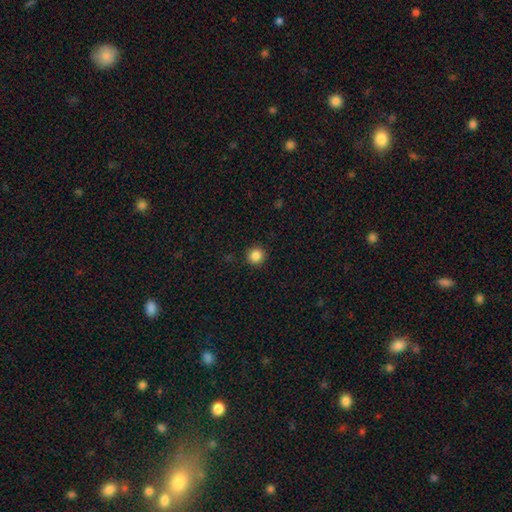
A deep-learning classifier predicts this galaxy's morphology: smooth-or-featured: smooth: 86% | star or artifact: 11% | featured or disk: 3%
  how-rounded: round: 95% | in between: 4% | cigar-shaped: 1%
  merging: none: 92% | minor disturbance: 5% | major disturbance: 2% | merger: 1%